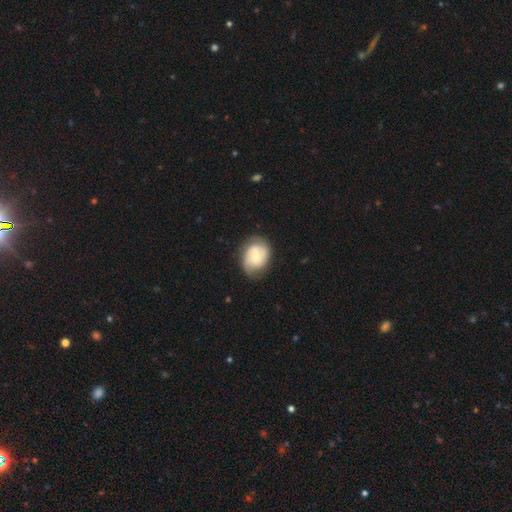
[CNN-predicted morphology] type=featured or disk (54%); edge-on=no (97%); bar=no (55%); spiral arms=yes (85%); bulge=small (53%); merging=none (70%).